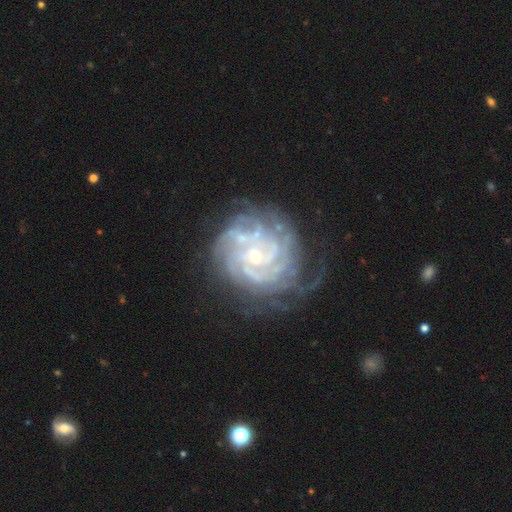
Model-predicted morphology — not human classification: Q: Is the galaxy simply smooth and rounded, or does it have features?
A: featured or disk — 88%.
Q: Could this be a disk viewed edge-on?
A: no — 98%.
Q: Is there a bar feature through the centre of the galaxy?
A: no — 66%.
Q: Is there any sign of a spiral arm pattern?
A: yes — 96%.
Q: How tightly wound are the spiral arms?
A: tight — 75%.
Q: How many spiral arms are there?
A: can't tell — 31%.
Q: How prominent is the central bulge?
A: small — 70%.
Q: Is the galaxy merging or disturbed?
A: none — 63%.